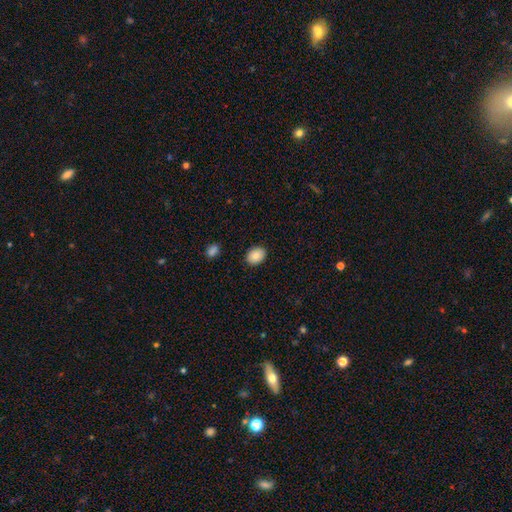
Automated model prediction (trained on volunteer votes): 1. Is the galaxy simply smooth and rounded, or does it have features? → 87% smooth, 7% star or artifact, 6% featured or disk.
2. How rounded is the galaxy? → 68% in between, 32% round, 1% cigar-shaped.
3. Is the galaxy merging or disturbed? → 89% none, 8% minor disturbance, 2% major disturbance, 1% merger.